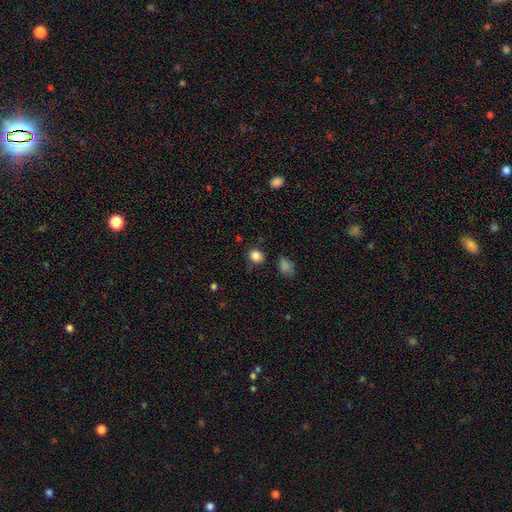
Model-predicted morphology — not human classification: Smooth or featured?
  - smooth: 85% *
  - star or artifact: 11%
  - featured or disk: 4%
How rounded?
  - round: 59% *
  - in between: 40%
  - cigar-shaped: 1%
Merging?
  - none: 80% *
  - minor disturbance: 14%
  - major disturbance: 4%
  - merger: 3%